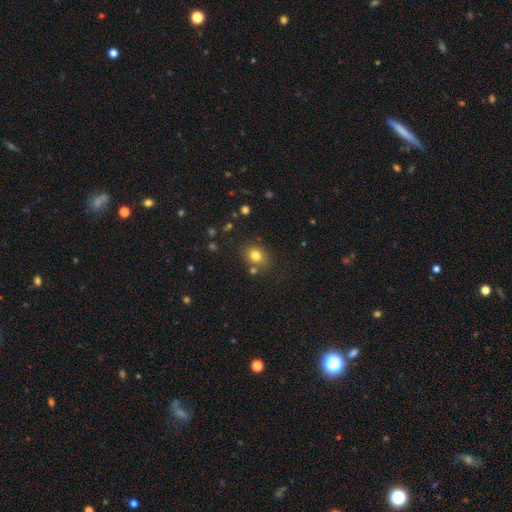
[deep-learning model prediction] Smooth or featured: smooth — 78% (star or artifact — 13%)
How rounded: round — 57% (in between — 43%)
Merging: none — 74% (minor disturbance — 13%)